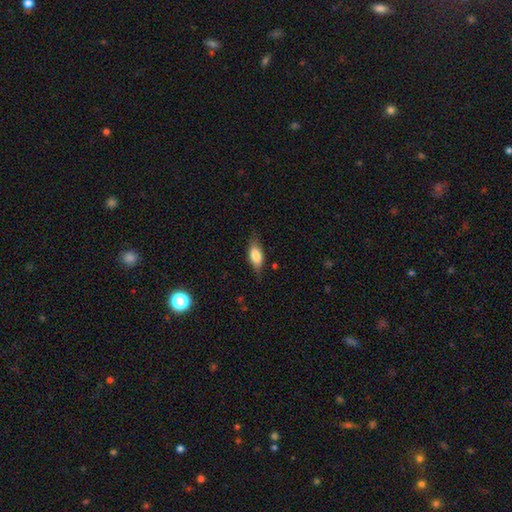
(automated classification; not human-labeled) Smooth or featured? smooth (74%)
How rounded? in between (81%)
Merging? none (70%)